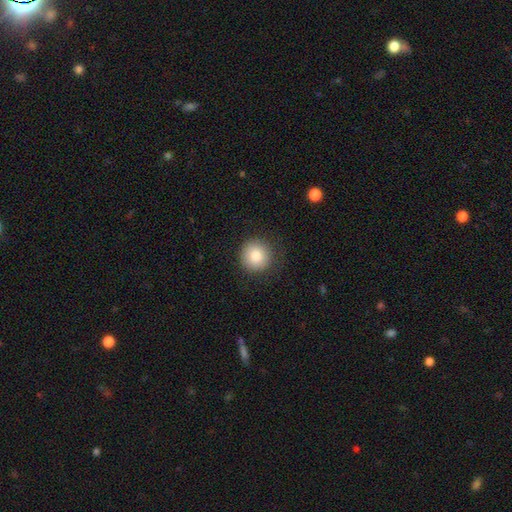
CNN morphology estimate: Smooth or featured? Predicted: smooth (p=0.85). How rounded? Predicted: round (p=0.95). Merging? Predicted: none (p=0.87).